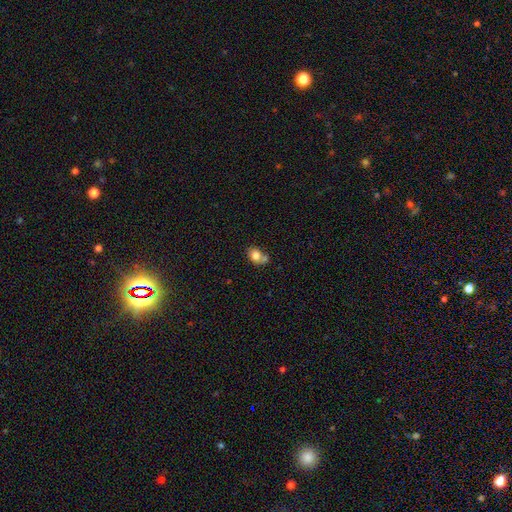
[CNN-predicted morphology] type=smooth (79%); roundness=in between (53%); merging=none (41%).